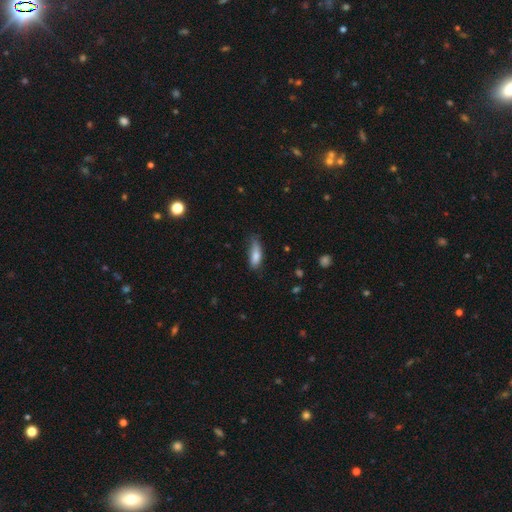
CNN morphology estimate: A smooth galaxy with no disk features (82%) that is in between round and cigar-shaped (61%).

Vote fractions:
- Smooth or featured? smooth: 82% / featured or disk: 11% / star or artifact: 7%
- How rounded? in between: 61% / cigar-shaped: 37% / round: 2%
- Merging? none: 55% / minor disturbance: 35% / major disturbance: 9% / merger: 2%